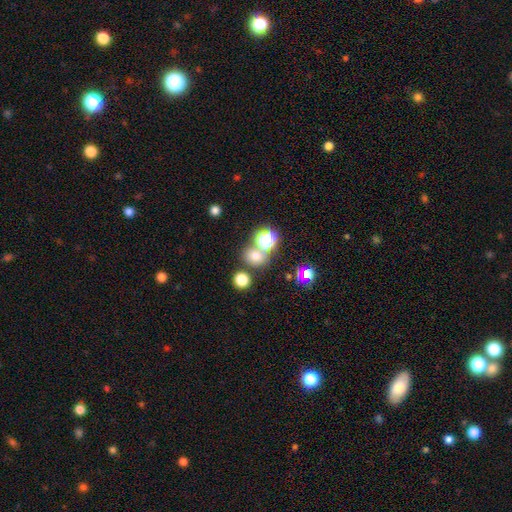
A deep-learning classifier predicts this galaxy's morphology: The model was most divided on "smooth or featured": smooth: 65%, star or artifact: 26%, featured or disk: 9%. More confident: how rounded — round (78%); merging — none (66%).